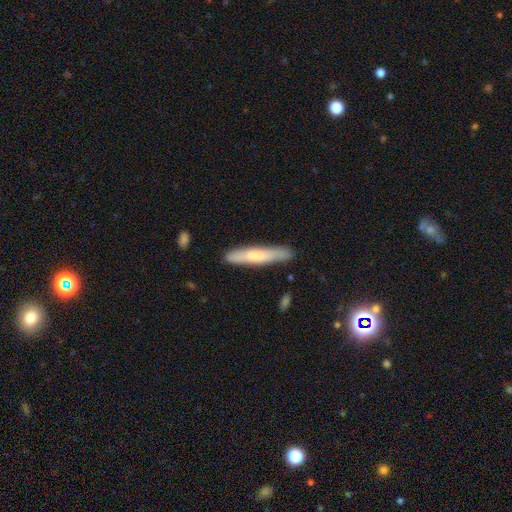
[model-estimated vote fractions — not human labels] Q: Smooth or featured?
A: smooth (62%); runner-up: featured or disk (33%)
Q: How rounded?
A: cigar-shaped (92%); runner-up: in between (7%)
Q: Merging?
A: none (84%); runner-up: minor disturbance (12%)